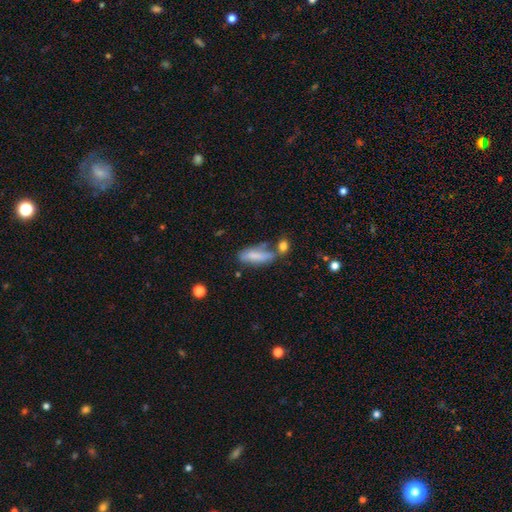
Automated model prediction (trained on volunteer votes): This is likely a smooth galaxy (72%). How rounded: possibly in between (53%). Merging: marginally none (45%).